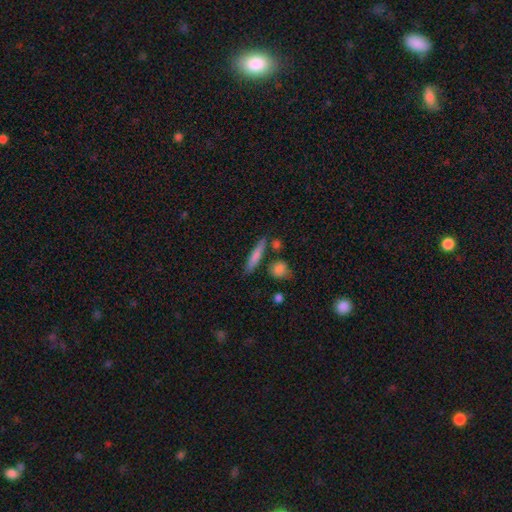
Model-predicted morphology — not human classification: Smooth or featured? smooth (73%)
How rounded? cigar-shaped (85%)
Merging? none (77%)